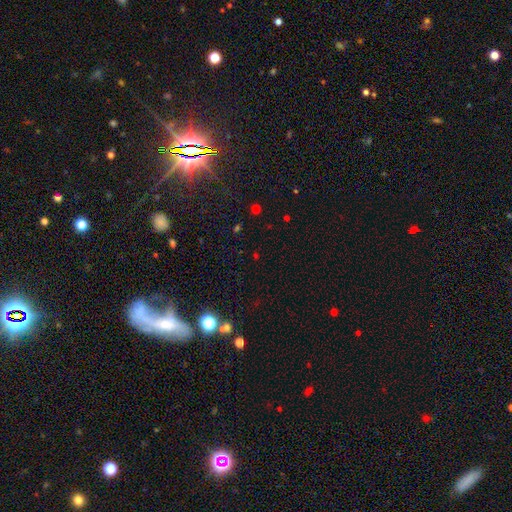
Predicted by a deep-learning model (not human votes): Smooth or featured?
  - star or artifact: 60% *
  - smooth: 33%
  - featured or disk: 7%